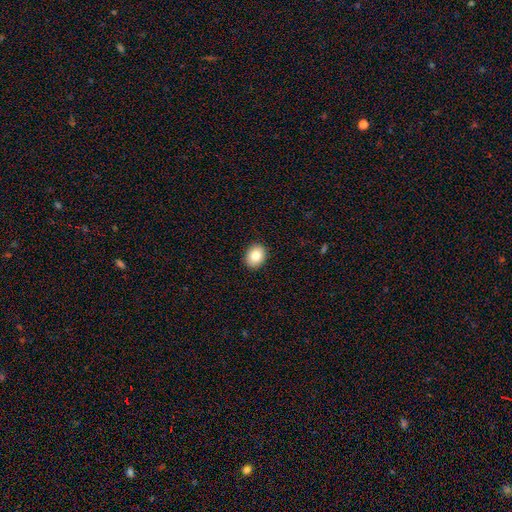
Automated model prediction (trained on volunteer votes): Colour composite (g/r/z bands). It shows a smooth galaxy with no disk features (83%) that is in between round and cigar-shaped (50%). Merging: none (91%).